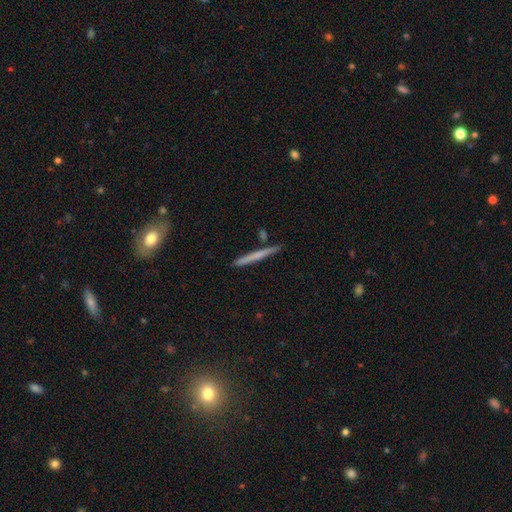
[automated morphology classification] smooth 52%, featured or disk 41%, star or artifact 6%. Down the decision tree: how rounded — cigar-shaped (96%); merging — none (88%).